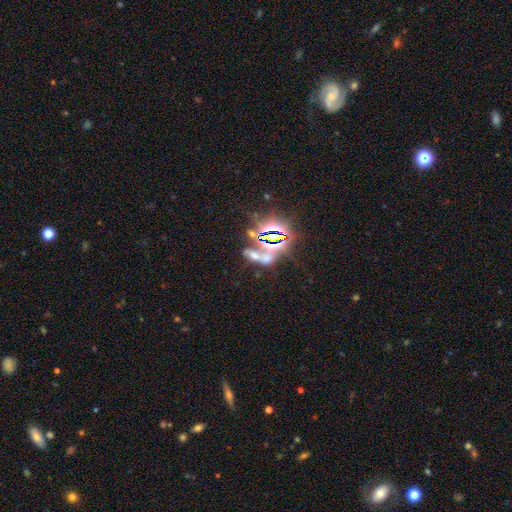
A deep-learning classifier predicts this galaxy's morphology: The model was most divided on "smooth or featured": star or artifact: 48%, smooth: 32%, featured or disk: 20%.